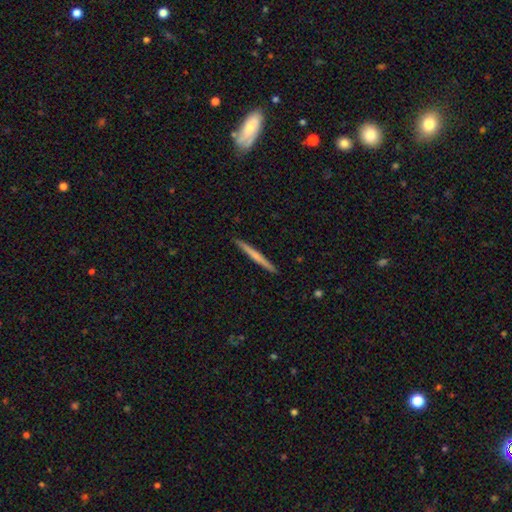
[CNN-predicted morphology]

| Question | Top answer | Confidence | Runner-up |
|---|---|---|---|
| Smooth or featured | smooth | 50% | featured or disk (44%) |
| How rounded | cigar-shaped | 97% | in between (2%) |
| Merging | none | 92% | minor disturbance (5%) |